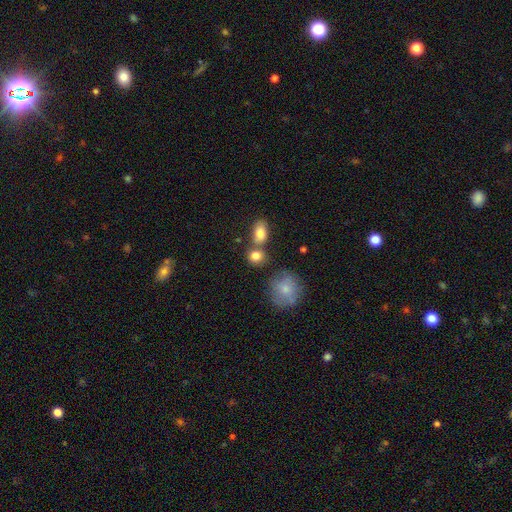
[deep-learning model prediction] This is clearly a smooth galaxy (82%). How rounded: likely round (63%). Merging: possibly none (55%).